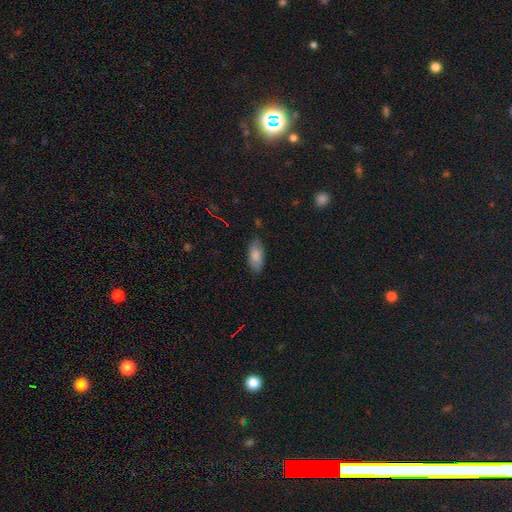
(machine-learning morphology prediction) Smooth or featured? smooth (81%)
How rounded? in between (87%)
Merging? none (78%)